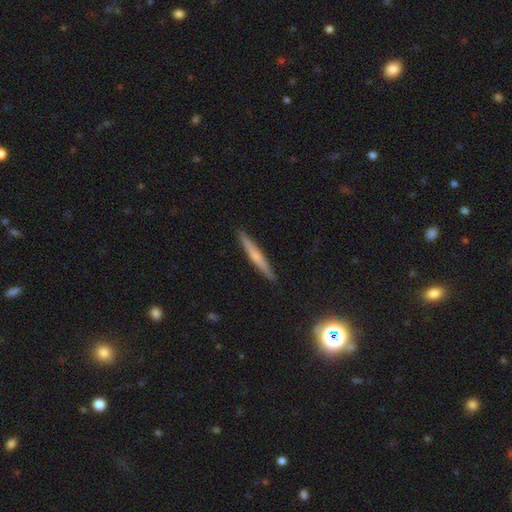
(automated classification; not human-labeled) smooth_or_featured: featured or disk (p=0.47) [alt: smooth p=0.46]
merging: none (p=0.91) [alt: minor disturbance p=0.07]